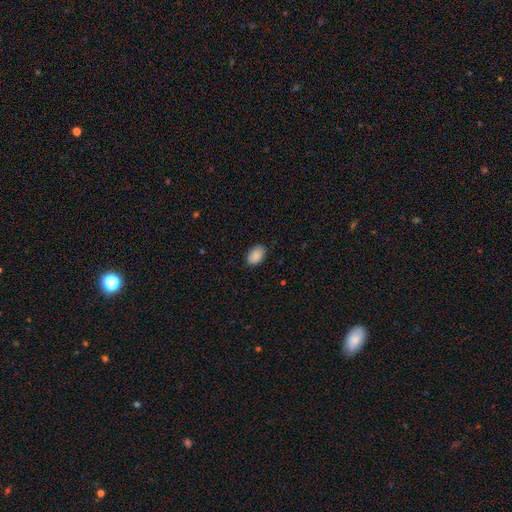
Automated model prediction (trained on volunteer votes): A smooth galaxy with no disk features (89%) that is in between round and cigar-shaped (86%).

Vote fractions:
- Smooth or featured? smooth: 89% / star or artifact: 7% / featured or disk: 4%
- How rounded? in between: 86% / round: 13% / cigar-shaped: 1%
- Merging? none: 86% / minor disturbance: 11% / major disturbance: 2% / merger: 1%